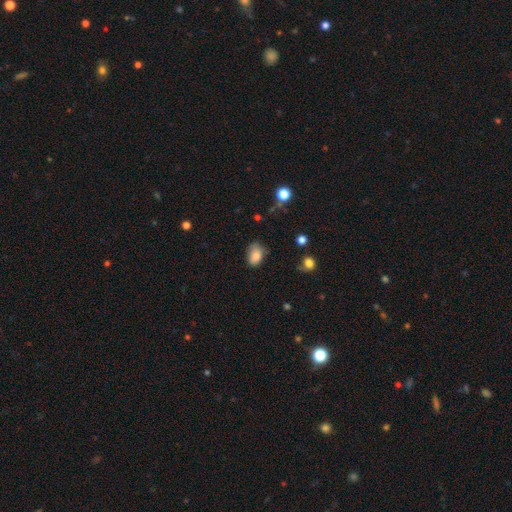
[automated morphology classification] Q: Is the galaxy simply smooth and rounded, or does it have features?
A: smooth — 83%.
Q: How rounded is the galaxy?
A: in between — 83%.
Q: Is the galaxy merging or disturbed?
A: none — 57%.